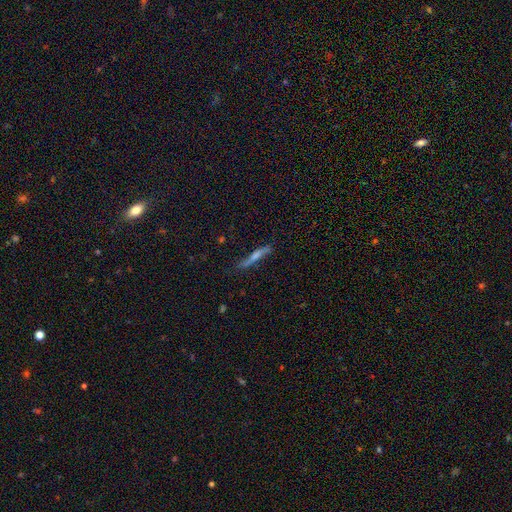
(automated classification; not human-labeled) Morphology: type=featured or disk (59%); edge-on=yes (91%); edge-on bulge=rounded (65%); merging=none (76%).